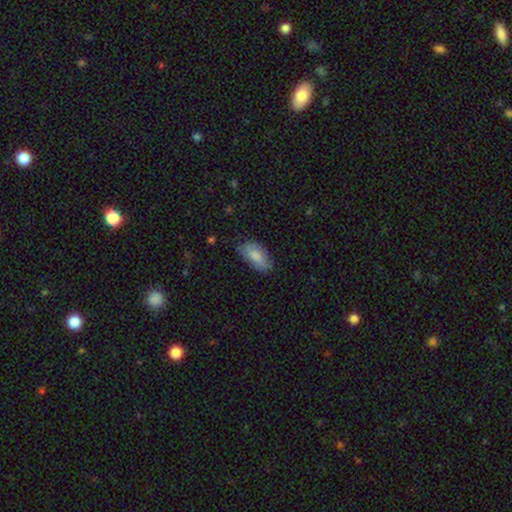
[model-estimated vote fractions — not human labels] smooth-or-featured: smooth: 78% | featured or disk: 15% | star or artifact: 6%
  how-rounded: in between: 92% | cigar-shaped: 5% | round: 3%
  merging: none: 67% | minor disturbance: 25% | major disturbance: 6% | merger: 1%